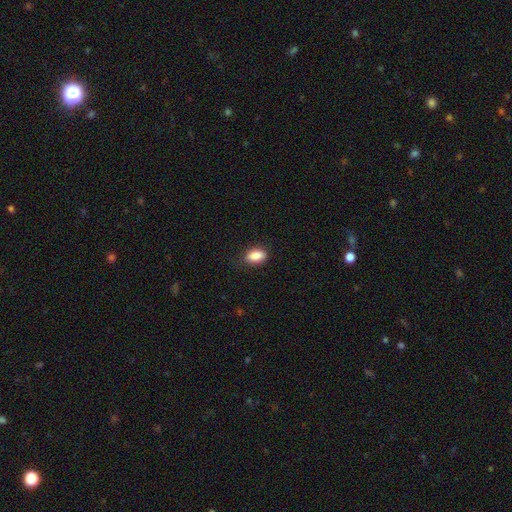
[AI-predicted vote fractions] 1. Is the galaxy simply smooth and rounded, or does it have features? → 88% smooth, 8% star or artifact, 4% featured or disk.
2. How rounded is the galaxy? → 87% in between, 10% round, 3% cigar-shaped.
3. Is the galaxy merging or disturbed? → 81% none, 15% minor disturbance, 3% major disturbance, 1% merger.